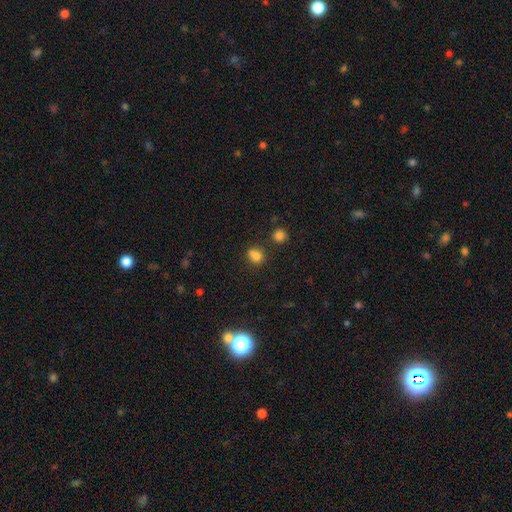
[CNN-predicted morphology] smooth 76%, star or artifact 16%, featured or disk 8%. Down the decision tree: how rounded — round (61%); merging — none (53%).